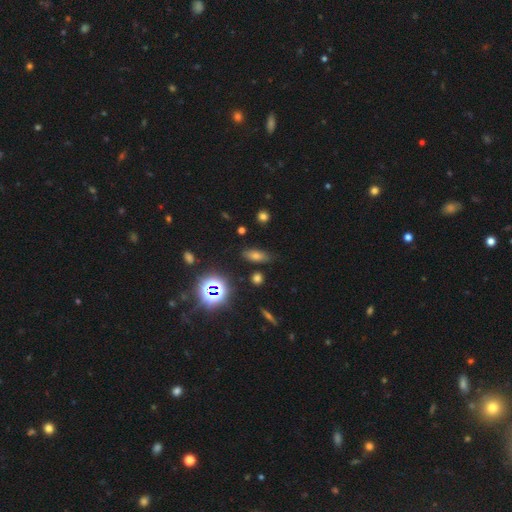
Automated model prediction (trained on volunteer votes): smooth-or-featured: smooth: 55% | star or artifact: 31% | featured or disk: 15%
  how-rounded: in between: 66% | cigar-shaped: 23% | round: 11%
  merging: none: 82% | minor disturbance: 12% | major disturbance: 3% | merger: 3%